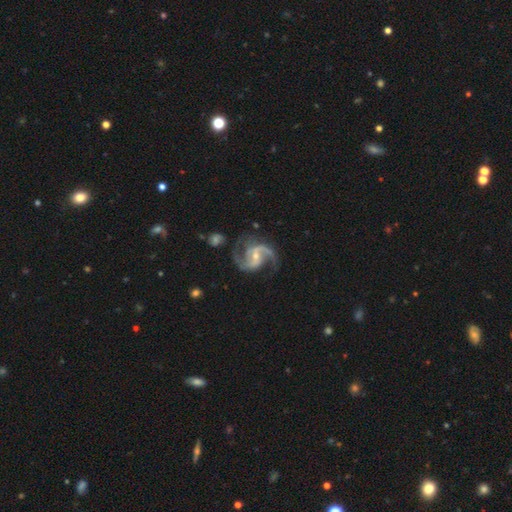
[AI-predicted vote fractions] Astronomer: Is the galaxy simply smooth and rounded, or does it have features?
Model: featured or disk — 93%.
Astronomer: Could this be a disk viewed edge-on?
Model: no — 98%.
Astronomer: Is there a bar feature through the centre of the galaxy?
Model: weak — 46% (runner-up: strong, 30%).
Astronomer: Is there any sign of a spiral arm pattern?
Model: yes — 98%.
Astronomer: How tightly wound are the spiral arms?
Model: medium — 57% (runner-up: loose, 32%).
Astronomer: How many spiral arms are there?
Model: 2 — 89%.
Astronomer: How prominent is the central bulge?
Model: small — 56% (runner-up: moderate, 40%).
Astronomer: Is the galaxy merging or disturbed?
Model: none — 69%.